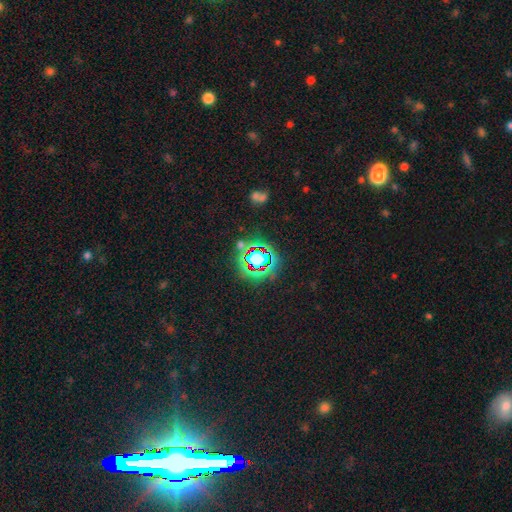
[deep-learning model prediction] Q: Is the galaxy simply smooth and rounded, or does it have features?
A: star or artifact — 79%.